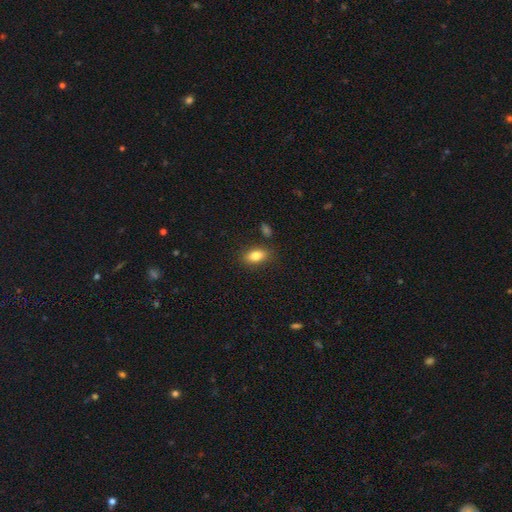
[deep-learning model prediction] Smooth or featured? smooth (82%)
How rounded? in between (87%)
Merging? none (83%)